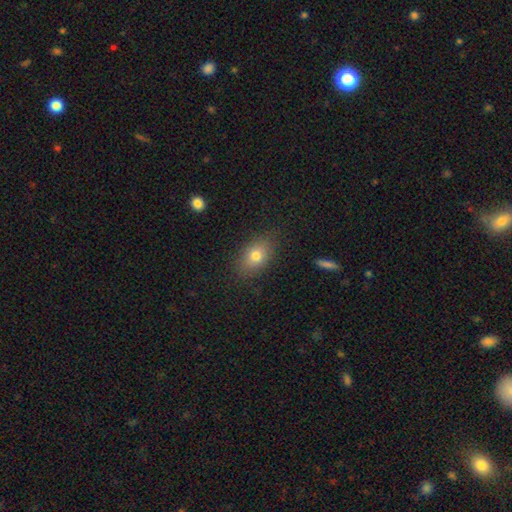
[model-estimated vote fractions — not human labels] This is likely a smooth galaxy (77%). How rounded: clearly in between (81%). Merging: clearly none (84%).